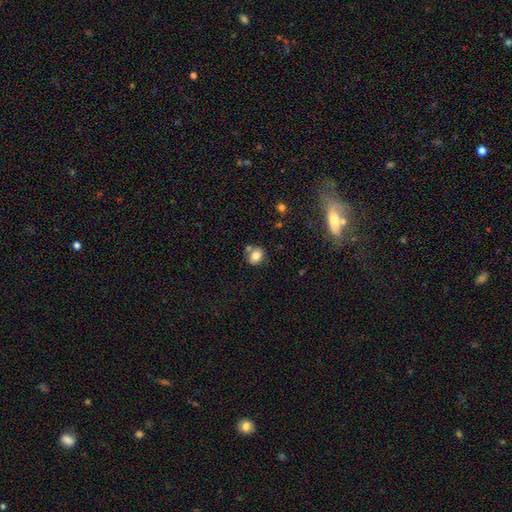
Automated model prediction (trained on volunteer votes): Overall: smooth (79%). How rounded: round (61%; in between 38%). Merging: none (63%).